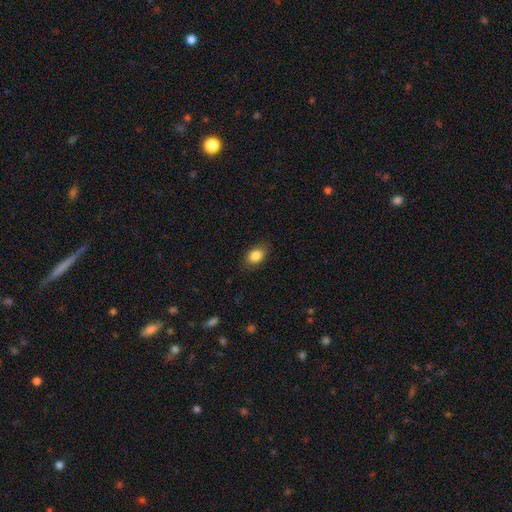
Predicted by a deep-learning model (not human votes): The model was most divided on "how rounded": in between: 84%, round: 15%, cigar-shaped: 2%. More confident: smooth or featured — smooth (85%); merging — none (85%).